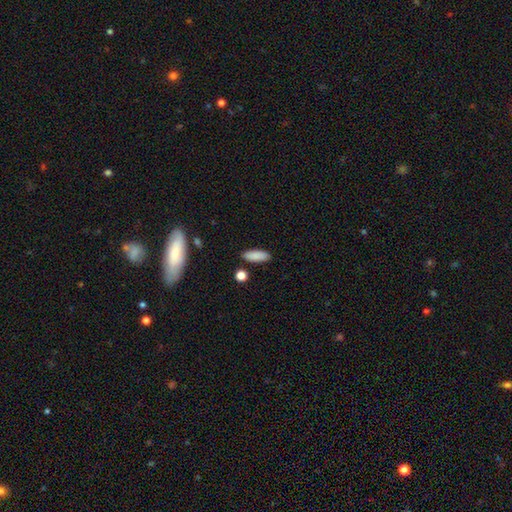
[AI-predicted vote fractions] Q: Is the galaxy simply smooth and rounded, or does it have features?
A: smooth — 87%.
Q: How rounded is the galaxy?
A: in between — 68%.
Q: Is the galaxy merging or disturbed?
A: none — 86%.